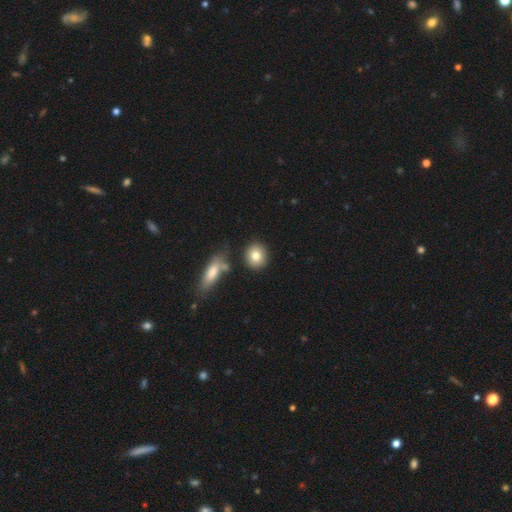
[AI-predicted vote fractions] Smooth or featured? smooth (80%)
How rounded? round (75%)
Merging? none (81%)